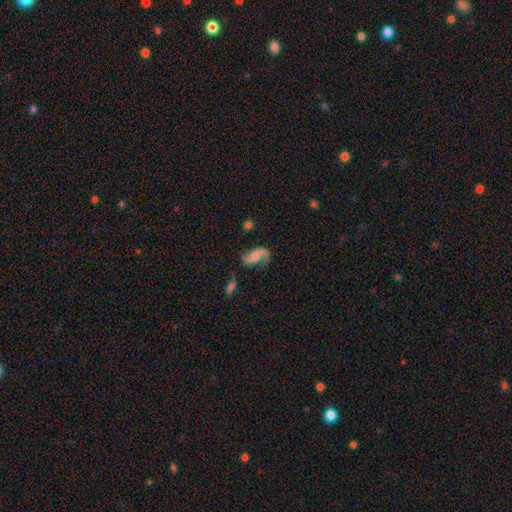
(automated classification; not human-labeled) A featured or disk galaxy (77%) with no bar (49%), 2 (73%) loose (64%) spiral arms (93%) and no central bulge (33%, tied with small).

Vote fractions:
- Smooth or featured? featured or disk: 77% / smooth: 16% / star or artifact: 7%
- Edge-on disk? no: 97% / yes: 3%
- Bar? no: 49% / weak: 38% / strong: 14%
- Spiral arms? yes: 93% / no: 7%
- Spiral winding? loose: 64% / medium: 29% / tight: 7%
- Spiral arm count? 2: 73% / 1: 22% / can't tell: 3% / 3: 1% / 4: 1% / more than 4: 1%
- Bulge size? none: 33% (tied) / small: 33% (tied) / moderate: 25% / large: 7% / dominant: 2%
- Merging? none: 55% / major disturbance: 20% / minor disturbance: 20% / merger: 5%